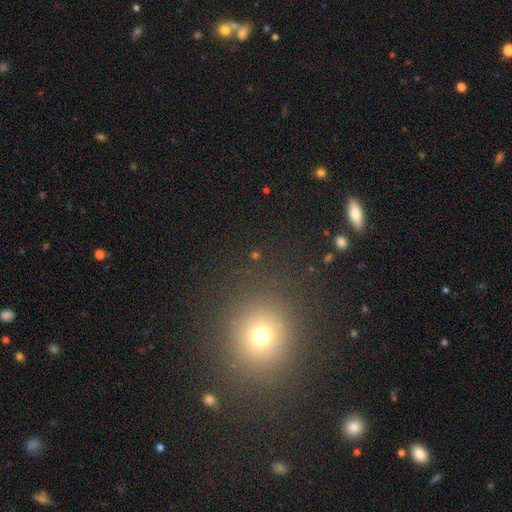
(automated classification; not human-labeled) Morphology: type=smooth (53%); roundness=round (83%); merging=none (84%).